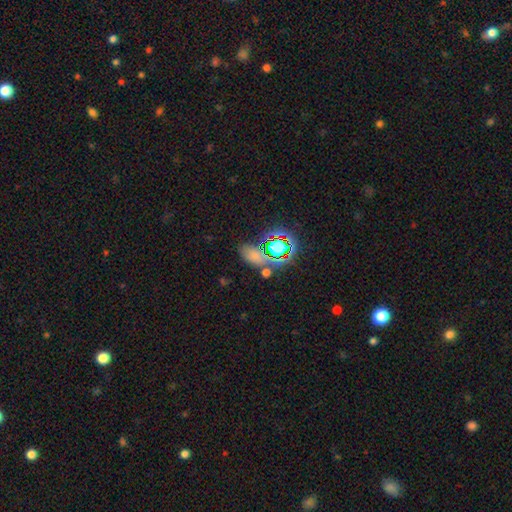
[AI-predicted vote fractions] This is possibly a smooth galaxy (55%). How rounded: likely in between (79%). Merging: likely none (62%).